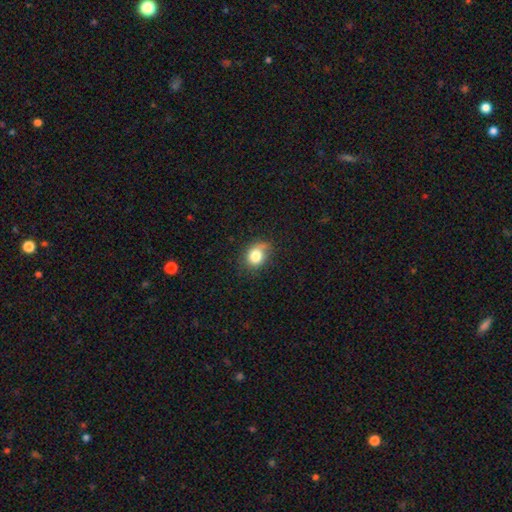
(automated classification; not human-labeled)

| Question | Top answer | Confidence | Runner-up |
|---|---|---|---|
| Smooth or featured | smooth | 81% | star or artifact (10%) |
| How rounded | round | 57% | in between (42%) |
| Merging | none | 58% | minor disturbance (31%) |